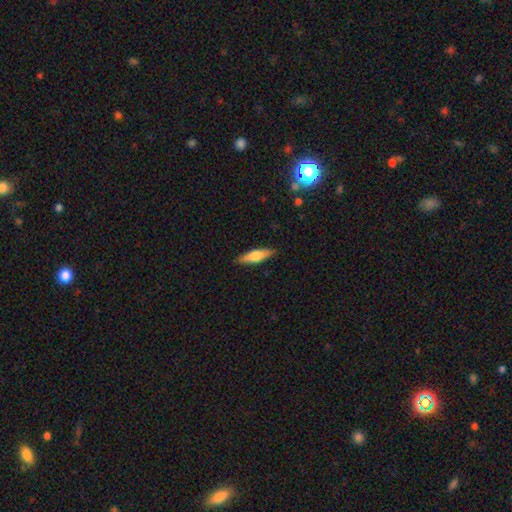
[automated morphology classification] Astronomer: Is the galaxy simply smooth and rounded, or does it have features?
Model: smooth — 59% (runner-up: featured or disk, 35%).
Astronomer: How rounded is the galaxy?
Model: cigar-shaped — 60% (runner-up: in between, 38%).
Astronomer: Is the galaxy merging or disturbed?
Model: none — 88%.